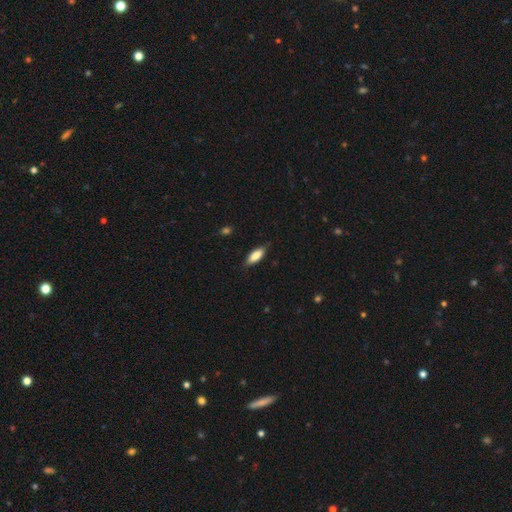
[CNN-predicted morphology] This is clearly a smooth galaxy (83%). How rounded: likely in between (70%). Merging: clearly none (83%).